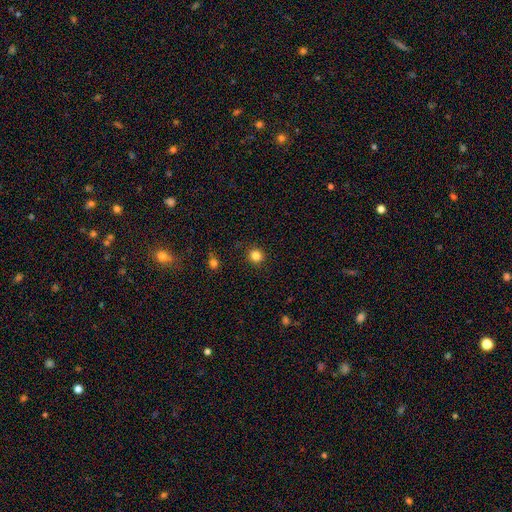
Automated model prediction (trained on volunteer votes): smooth_or_featured: smooth (p=0.83) [alt: star or artifact p=0.13]
how_rounded: round (p=0.92) [alt: in between p=0.07]
merging: none (p=0.91) [alt: minor disturbance p=0.06]